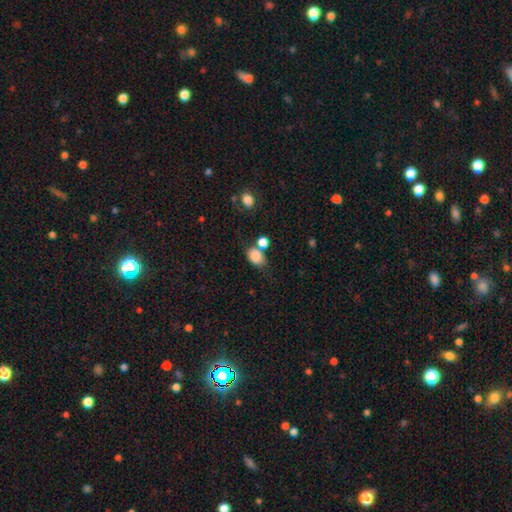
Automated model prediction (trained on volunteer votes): Morphology: type=smooth (84%); roundness=in between (73%); merging=none (53%).